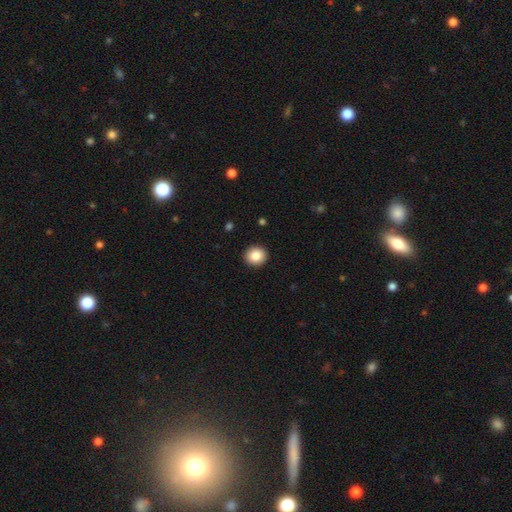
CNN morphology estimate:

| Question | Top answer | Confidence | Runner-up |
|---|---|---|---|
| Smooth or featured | smooth | 86% | star or artifact (9%) |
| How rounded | round | 89% | in between (10%) |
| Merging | none | 92% | minor disturbance (5%) |